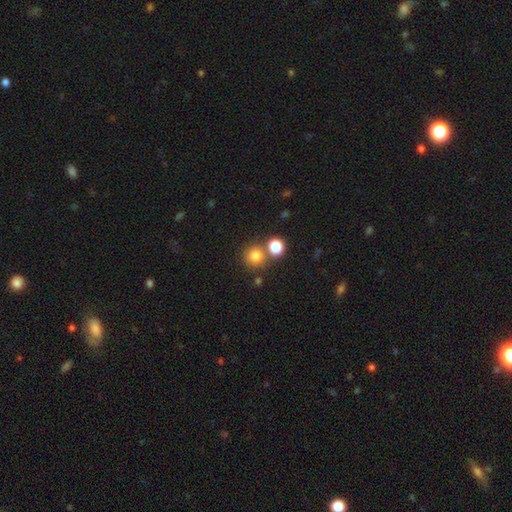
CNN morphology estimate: Smooth or featured? Predicted: smooth (p=0.80). How rounded? Predicted: round (p=0.91). Merging? Predicted: none (p=0.70).